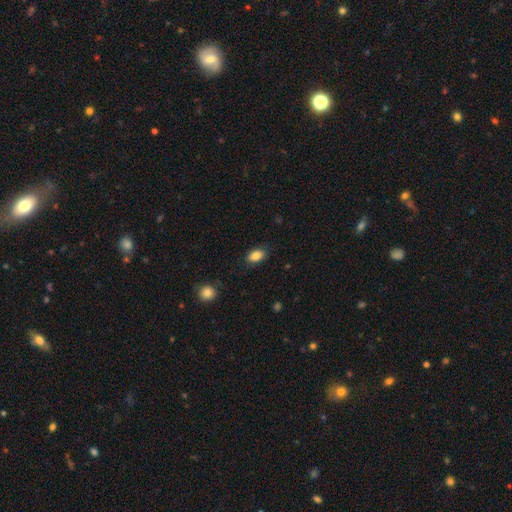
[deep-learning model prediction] smooth_or_featured: smooth (p=0.87) [alt: star or artifact p=0.08]
how_rounded: in between (p=0.87) [alt: round p=0.11]
merging: none (p=0.84) [alt: minor disturbance p=0.12]